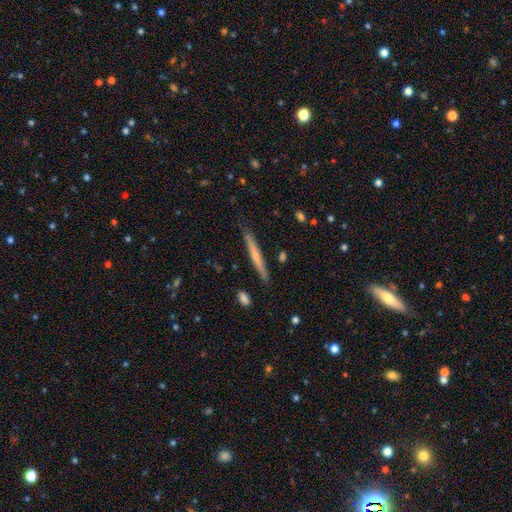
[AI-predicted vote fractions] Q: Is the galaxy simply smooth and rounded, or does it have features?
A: featured or disk — 51%.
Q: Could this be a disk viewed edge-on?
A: yes — 96%.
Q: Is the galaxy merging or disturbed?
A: none — 87%.